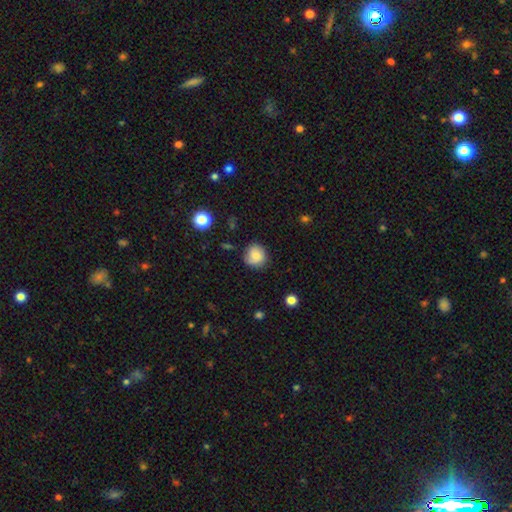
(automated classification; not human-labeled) The model was most divided on "merging": none: 79%, minor disturbance: 16%, major disturbance: 3%, merger: 2%. More confident: how rounded — round (88%); smooth or featured — smooth (82%).